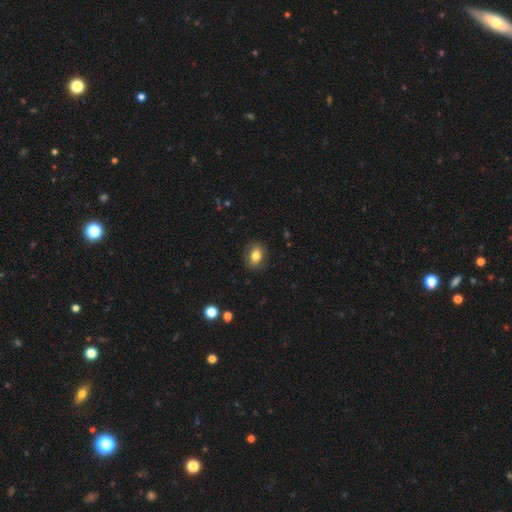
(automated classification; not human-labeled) Smooth or featured? Predicted: smooth (p=0.79). How rounded? Predicted: in between (p=0.69). Merging? Predicted: none (p=0.85).